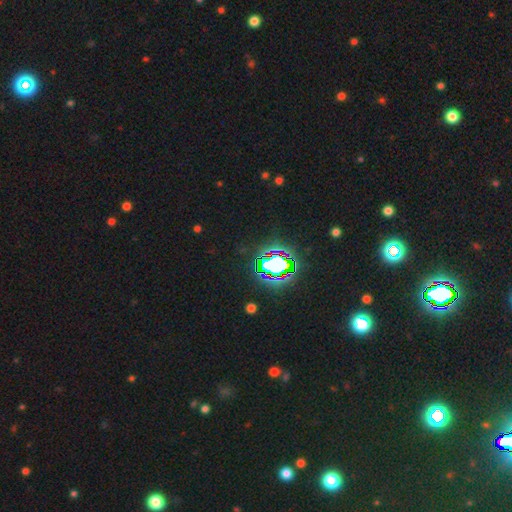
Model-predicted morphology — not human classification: This appears to be a star or artifact, not a galaxy (83%).